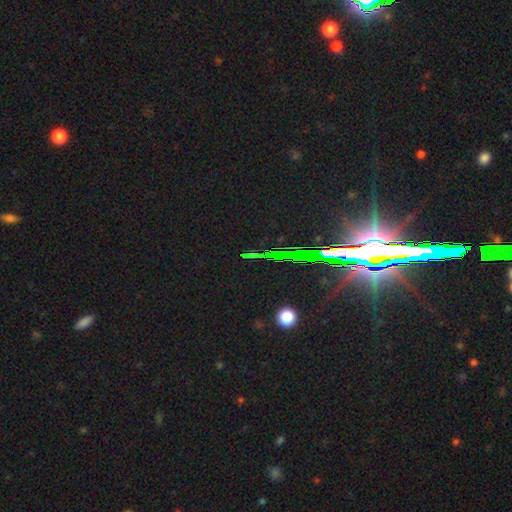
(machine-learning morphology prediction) Q: Smooth or featured?
A: star or artifact (77%); runner-up: smooth (14%)